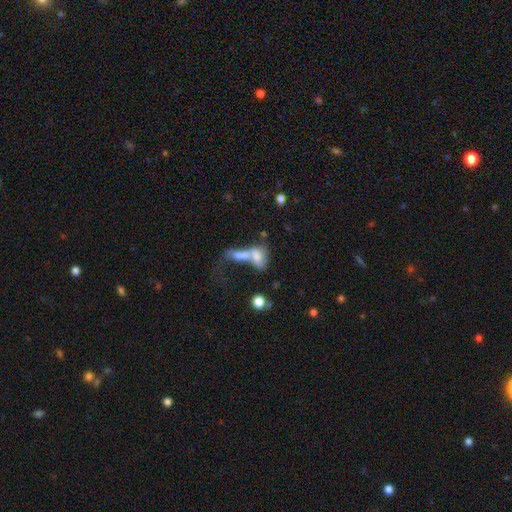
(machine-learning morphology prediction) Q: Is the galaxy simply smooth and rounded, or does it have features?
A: smooth — 65%.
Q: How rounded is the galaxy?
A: in between — 76%.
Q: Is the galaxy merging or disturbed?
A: merger — 67%.